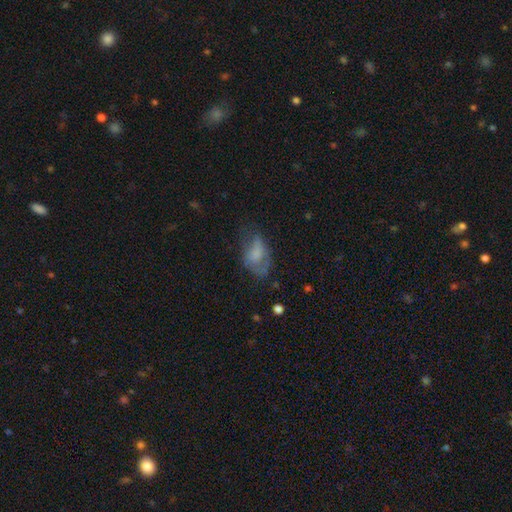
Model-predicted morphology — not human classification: Q: Smooth or featured?
A: smooth (55%); runner-up: featured or disk (33%)
Q: How rounded?
A: in between (87%); runner-up: round (9%)
Q: Merging?
A: none (42%); runner-up: minor disturbance (29%)